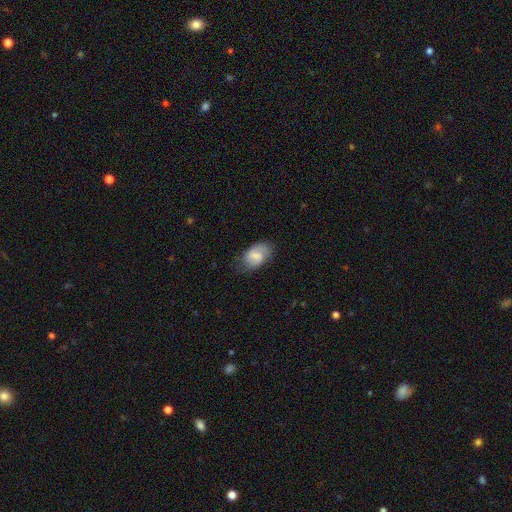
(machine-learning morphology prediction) Smooth or featured? Predicted: smooth (p=0.58). How rounded? Predicted: in between (p=0.89). Merging? Predicted: none (p=0.66).